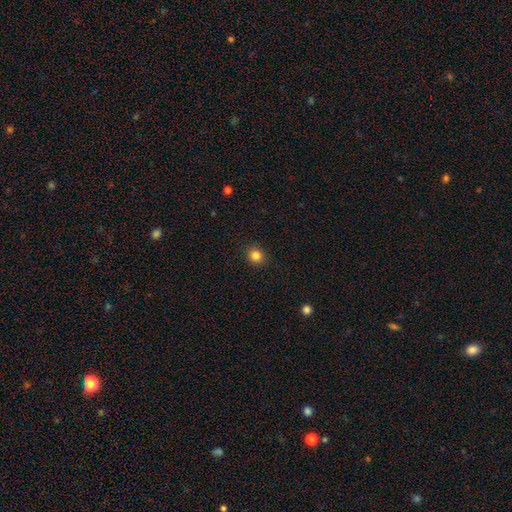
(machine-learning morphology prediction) smooth-or-featured: smooth: 83% | star or artifact: 12% | featured or disk: 5%
  how-rounded: round: 85% | in between: 14% | cigar-shaped: 1%
  merging: none: 91% | minor disturbance: 6% | major disturbance: 2% | merger: 1%